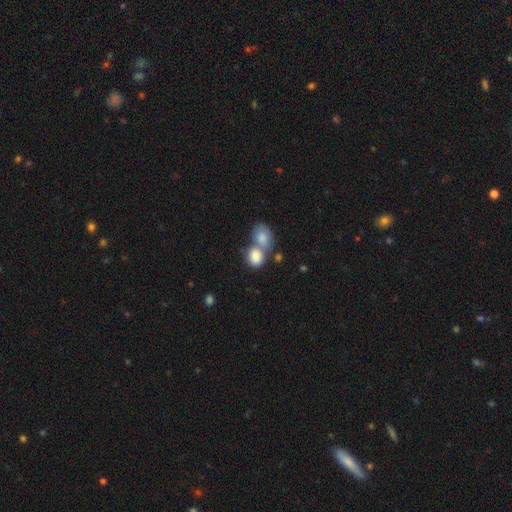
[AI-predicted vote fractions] Q: Smooth or featured?
A: smooth (84%); runner-up: featured or disk (9%)
Q: How rounded?
A: in between (50%); runner-up: round (49%)
Q: Merging?
A: merger (60%); runner-up: none (28%)